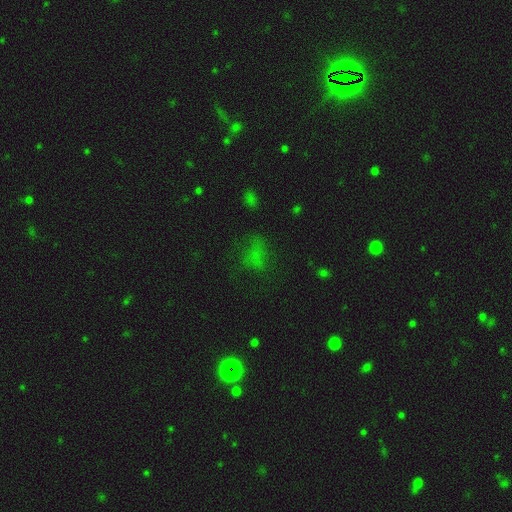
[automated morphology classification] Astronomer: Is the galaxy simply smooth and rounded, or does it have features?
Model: smooth — 49% (runner-up: star or artifact, 37%).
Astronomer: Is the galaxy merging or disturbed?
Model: none — 54%.